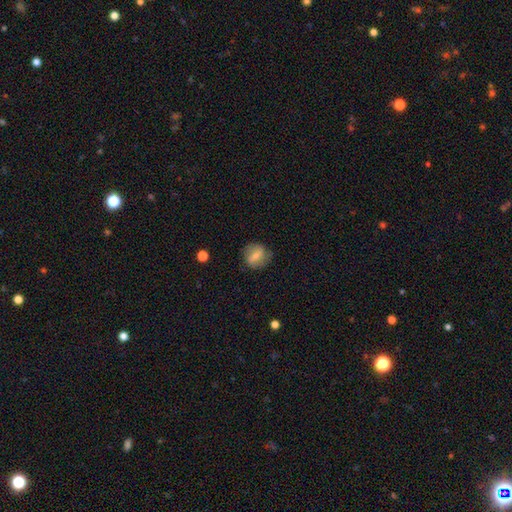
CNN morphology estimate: This appears to be a smooth galaxy with no disk features (60%) that is round (73%). Merging: none (76%).